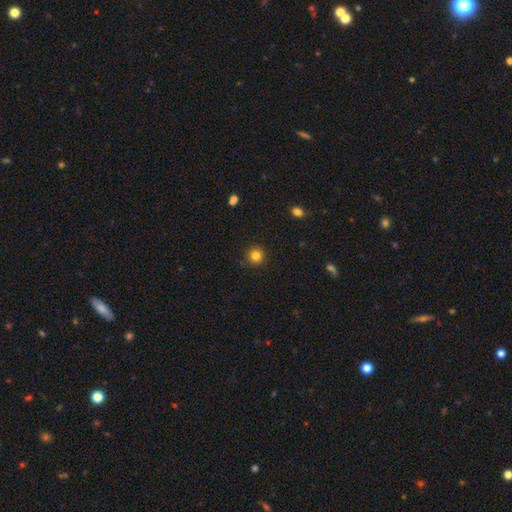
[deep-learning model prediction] smooth-or-featured: smooth: 83% | star or artifact: 12% | featured or disk: 5%
  how-rounded: round: 94% | in between: 5% | cigar-shaped: 1%
  merging: none: 91% | minor disturbance: 6% | major disturbance: 2% | merger: 1%